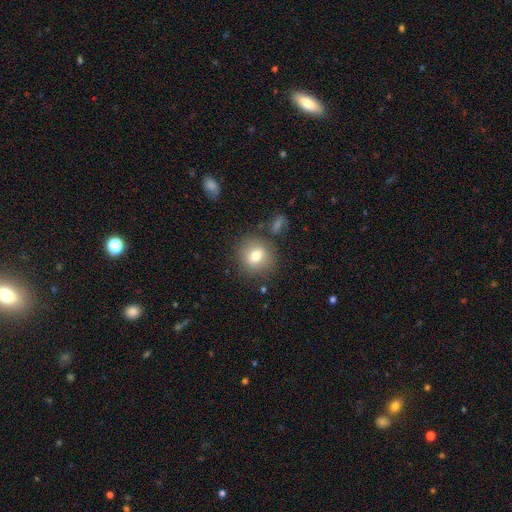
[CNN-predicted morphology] A smooth galaxy with no disk features (75%) that is round (83%). Merging: none (81%).